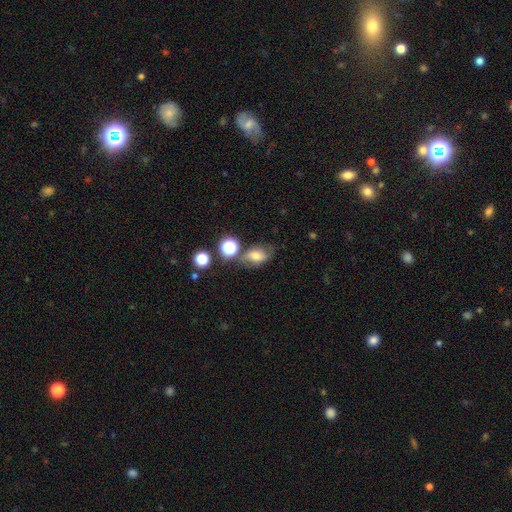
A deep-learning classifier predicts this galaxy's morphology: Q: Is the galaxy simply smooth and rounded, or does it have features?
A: smooth — 55%.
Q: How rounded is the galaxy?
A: in between — 72%.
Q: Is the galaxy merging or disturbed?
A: none — 54%.